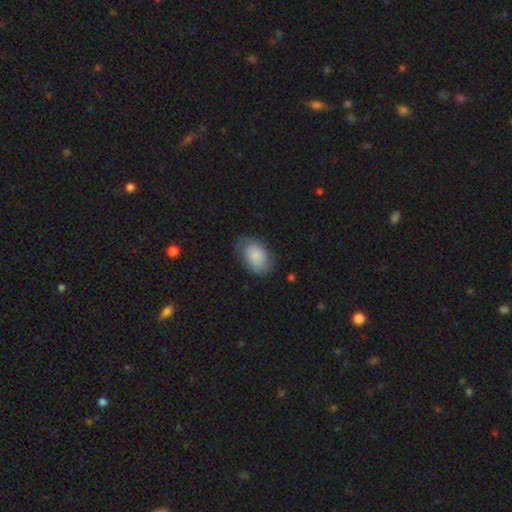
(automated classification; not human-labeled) The model was most divided on "merging": none: 58%, minor disturbance: 28%, major disturbance: 12%, merger: 1%. More confident: how rounded — in between (85%); smooth or featured — smooth (71%).